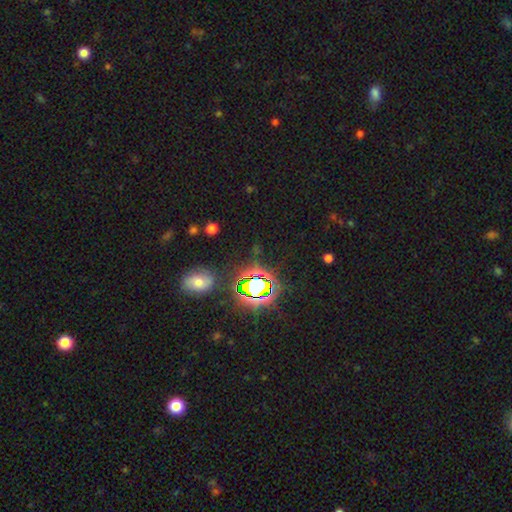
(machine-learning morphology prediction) Smooth or featured? Predicted: star or artifact (p=0.74).